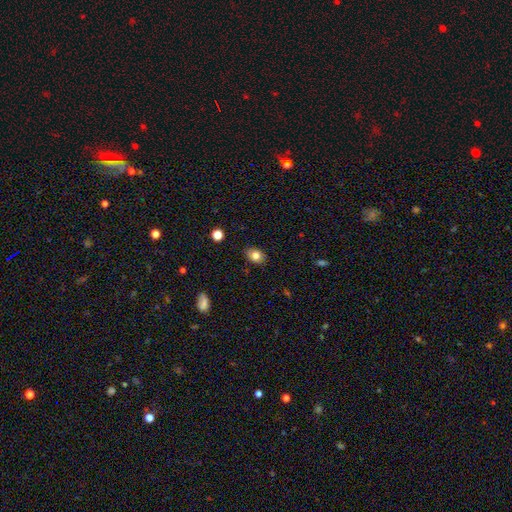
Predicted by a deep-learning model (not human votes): smooth-or-featured: smooth: 80% | star or artifact: 10% | featured or disk: 10%
  how-rounded: in between: 67% | round: 32% | cigar-shaped: 1%
  merging: none: 84% | minor disturbance: 12% | major disturbance: 2% | merger: 1%